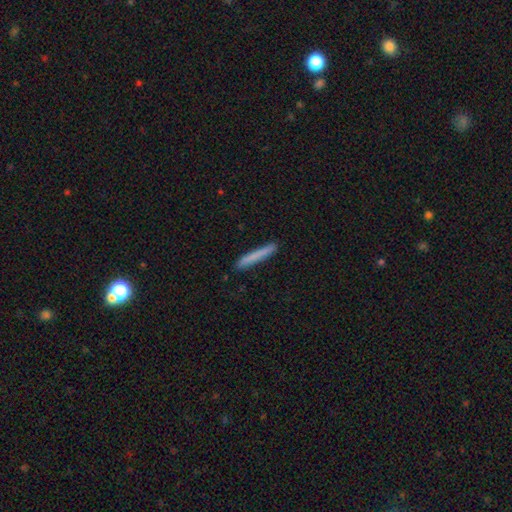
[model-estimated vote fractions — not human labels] smooth_or_featured: smooth (p=0.77) [alt: featured or disk p=0.17]
how_rounded: cigar-shaped (p=0.97) [alt: in between p=0.02]
merging: none (p=0.90) [alt: minor disturbance p=0.07]